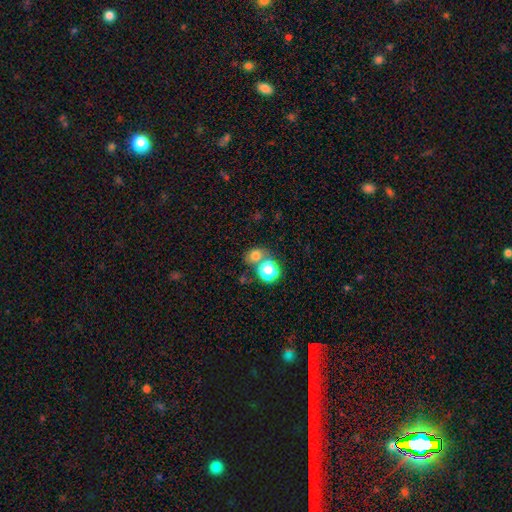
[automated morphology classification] Smooth or featured? smooth (73%)
How rounded? round (69%)
Merging? none (56%)